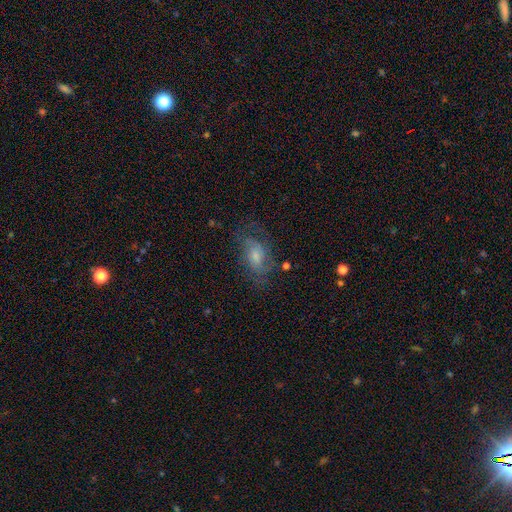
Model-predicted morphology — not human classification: A featured or disk galaxy (56%) with no bar (62%), spiral arms (82%) and a moderate central bulge (44%).

Vote fractions:
- Smooth or featured? featured or disk: 56% / smooth: 31% / star or artifact: 12%
- Edge-on disk? no: 94% / yes: 6%
- Bar? no: 62% / weak: 33% / strong: 6%
- Spiral arms? yes: 82% / no: 18%
- Bulge size? moderate: 44% / small: 36% / large: 10% / none: 9% / dominant: 2%
- Merging? none: 63% / minor disturbance: 21% / major disturbance: 14% / merger: 2%